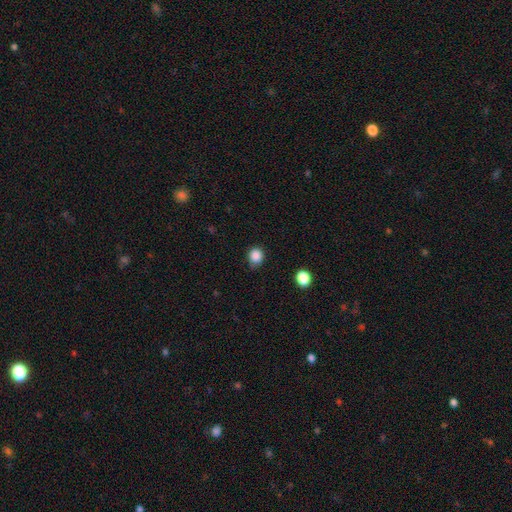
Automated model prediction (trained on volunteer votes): smooth_or_featured: smooth (p=0.86) [alt: star or artifact p=0.11]
how_rounded: round (p=0.81) [alt: in between p=0.18]
merging: none (p=0.79) [alt: minor disturbance p=0.16]